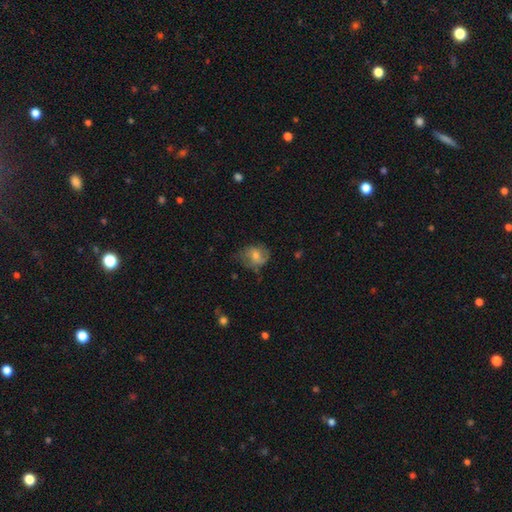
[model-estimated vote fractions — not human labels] The model was most divided on "smooth or featured": smooth: 46%, featured or disk: 43%, star or artifact: 11%. More confident: merging — none (54%).